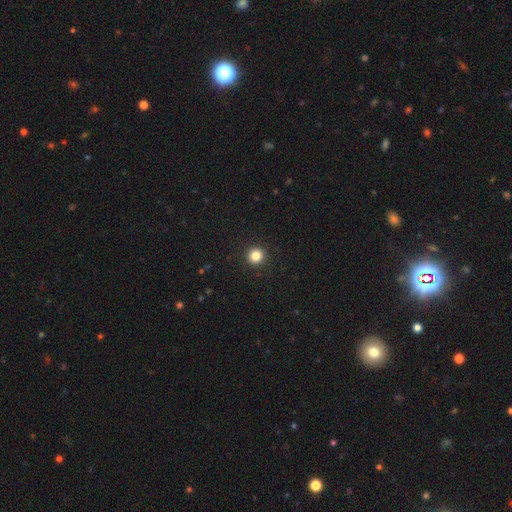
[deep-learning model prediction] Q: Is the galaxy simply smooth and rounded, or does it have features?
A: smooth — 84%.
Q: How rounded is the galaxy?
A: round — 95%.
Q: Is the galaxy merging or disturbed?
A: none — 93%.